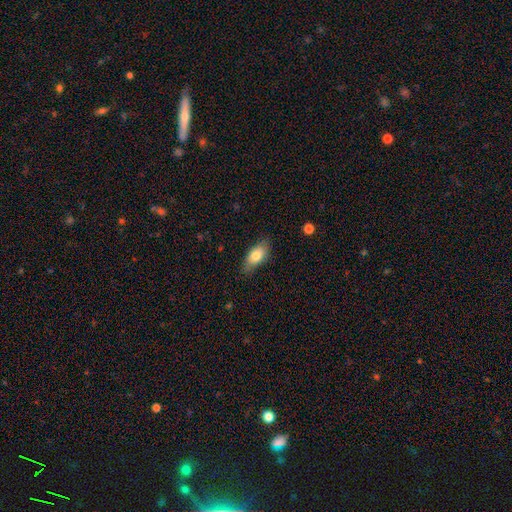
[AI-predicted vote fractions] Smooth or featured?
  - smooth: 75% *
  - featured or disk: 18%
  - star or artifact: 7%
How rounded?
  - in between: 85% *
  - cigar-shaped: 12%
  - round: 4%
Merging?
  - none: 78% *
  - minor disturbance: 18%
  - major disturbance: 3%
  - merger: 1%